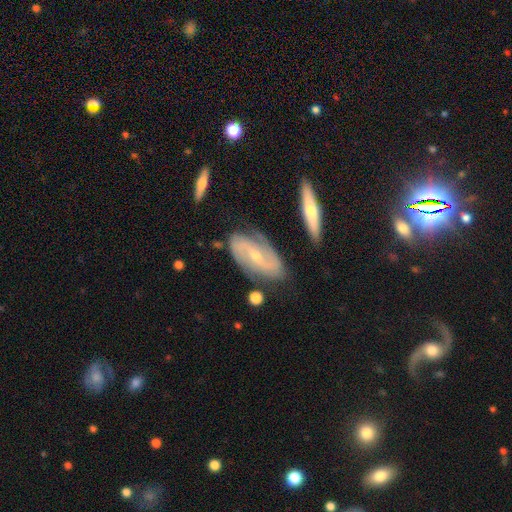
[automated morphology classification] smooth_or_featured: featured or disk (p=0.81) [alt: smooth p=0.13]
disk_edge_on: no (p=0.92) [alt: yes p=0.08]
bar: weak (p=0.40) [alt: no p=0.38]
has_spiral_arms: yes (p=0.93) [alt: no p=0.07]
spiral_winding: medium (p=0.41) [alt: loose p=0.31]
spiral_arm_count: 2 (p=0.80) [alt: can't tell p=0.10]
bulge_size: small (p=0.69) [alt: moderate p=0.28]
merging: none (p=0.72) [alt: minor disturbance p=0.18]